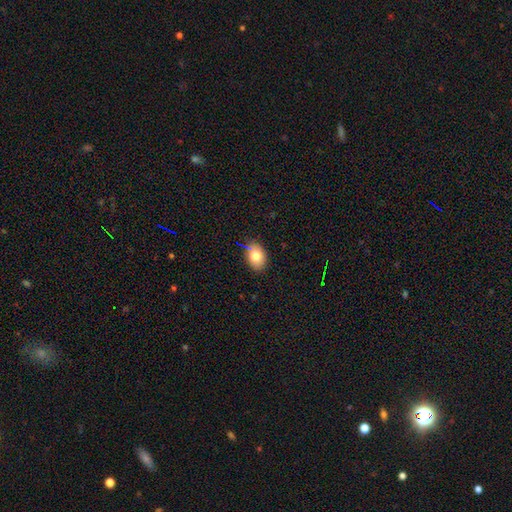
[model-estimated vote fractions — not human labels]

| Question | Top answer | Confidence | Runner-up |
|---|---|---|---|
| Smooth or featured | smooth | 78% | featured or disk (12%) |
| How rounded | in between | 70% | round (29%) |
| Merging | none | 76% | minor disturbance (18%) |